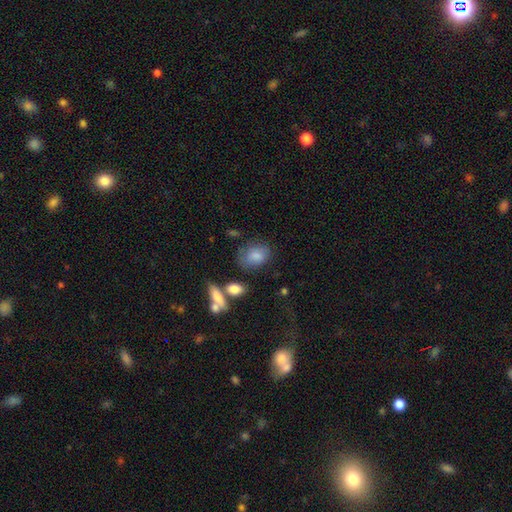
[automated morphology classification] Q: Smooth or featured?
A: smooth (81%); runner-up: featured or disk (11%)
Q: How rounded?
A: in between (75%); runner-up: round (23%)
Q: Merging?
A: none (60%); runner-up: minor disturbance (23%)